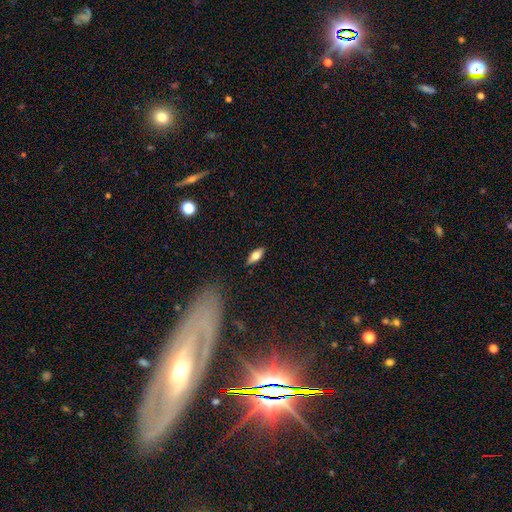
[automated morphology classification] type=smooth (60%); roundness=in between (70%); merging=none (87%).